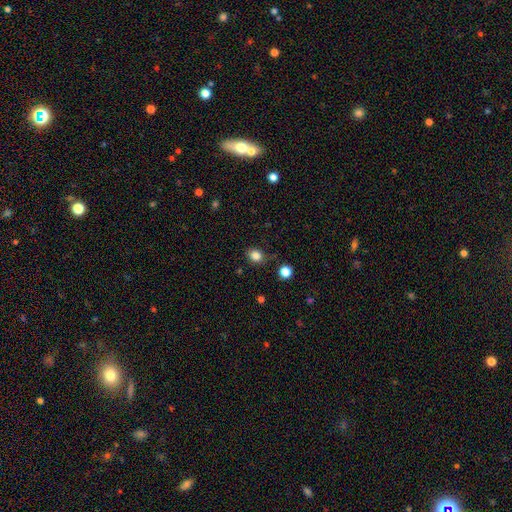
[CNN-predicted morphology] type=smooth (83%); roundness=round (62%); merging=none (81%).